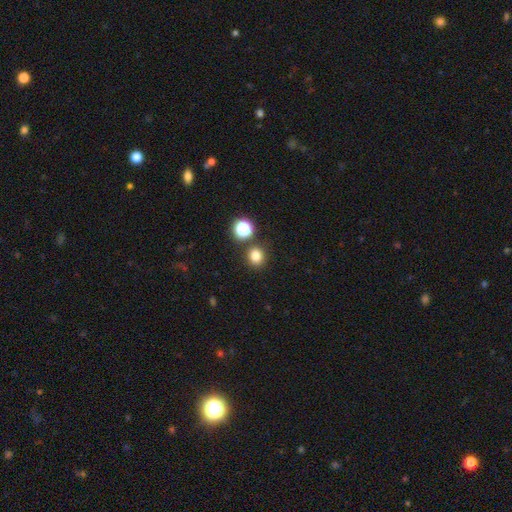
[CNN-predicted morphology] smooth_or_featured: smooth (p=0.79) [alt: star or artifact p=0.16]
how_rounded: round (p=0.82) [alt: in between p=0.17]
merging: none (p=0.82) [alt: merger p=0.08]